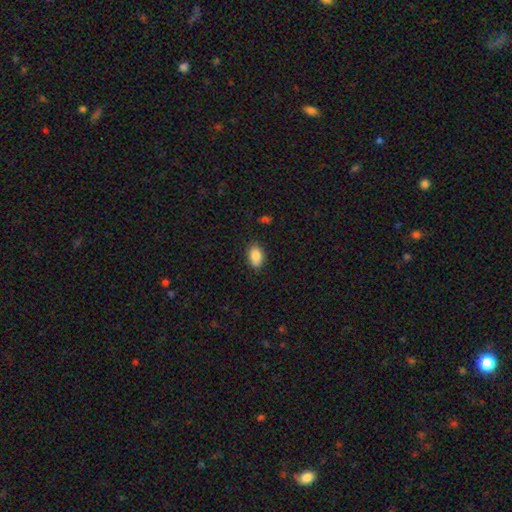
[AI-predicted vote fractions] smooth-or-featured: smooth: 86% | star or artifact: 8% | featured or disk: 6%
  how-rounded: in between: 89% | round: 9% | cigar-shaped: 2%
  merging: none: 82% | minor disturbance: 13% | major disturbance: 3% | merger: 2%